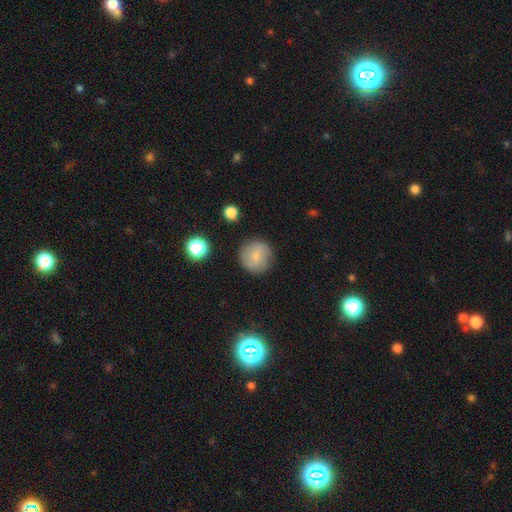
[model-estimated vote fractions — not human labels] Smooth or featured?
  - smooth: 67% *
  - featured or disk: 24%
  - star or artifact: 9%
How rounded?
  - round: 94% *
  - in between: 5%
  - cigar-shaped: 1%
Merging?
  - none: 84% *
  - minor disturbance: 11%
  - major disturbance: 3%
  - merger: 2%